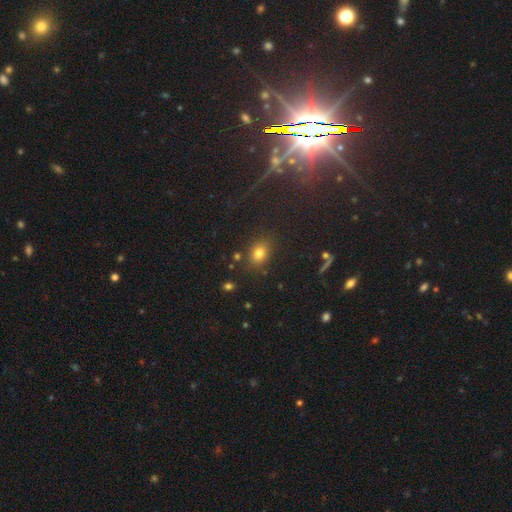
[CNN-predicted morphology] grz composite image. It shows a smooth galaxy with no disk features (67%) that is in between round and cigar-shaped (51%). Merging: none (85%).